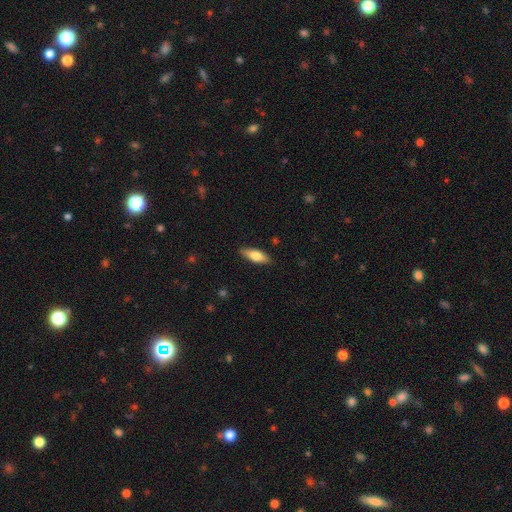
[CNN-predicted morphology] The model was most divided on "how rounded": in between: 60%, cigar-shaped: 37%, round: 2%. More confident: merging — none (87%); smooth or featured — smooth (67%).